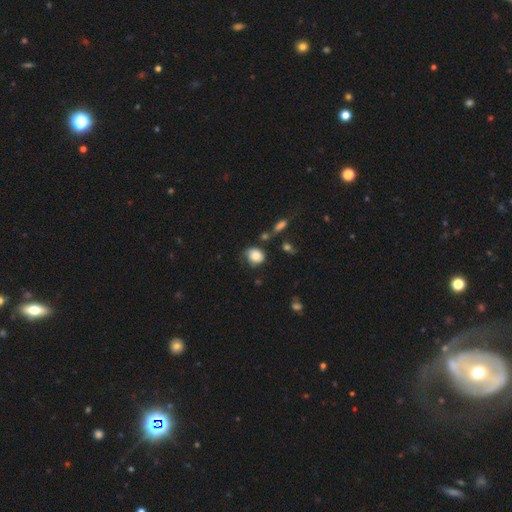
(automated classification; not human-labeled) This is likely a smooth galaxy (79%). How rounded: likely round (65%). Merging: possibly none (51%).